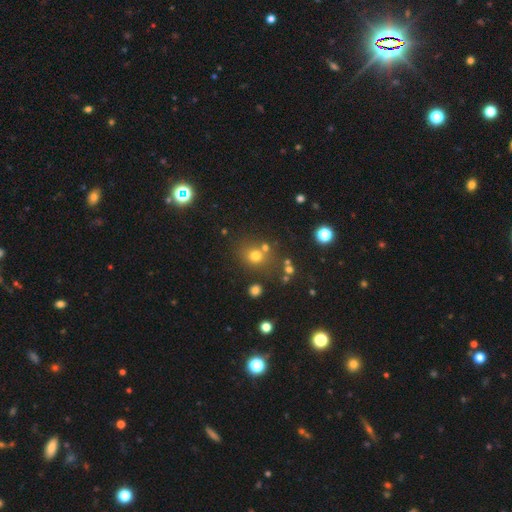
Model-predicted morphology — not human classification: smooth_or_featured: smooth (p=0.70) [alt: star or artifact p=0.20]
how_rounded: round (p=0.76) [alt: in between p=0.23]
merging: none (p=0.67) [alt: merger p=0.17]